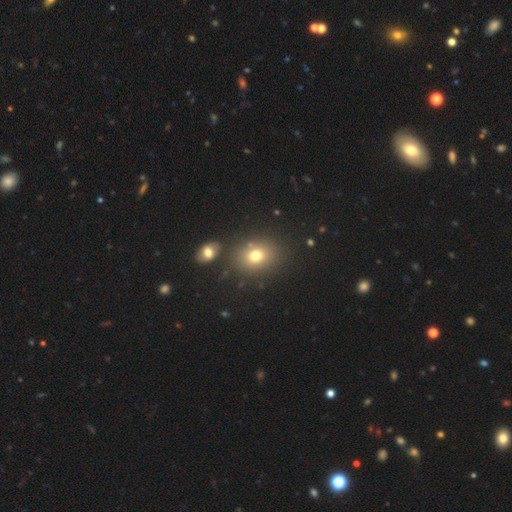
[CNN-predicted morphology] smooth_or_featured: smooth (p=0.73) [alt: star or artifact p=0.15]
how_rounded: round (p=0.52) [alt: in between p=0.47]
merging: none (p=0.76) [alt: merger p=0.10]